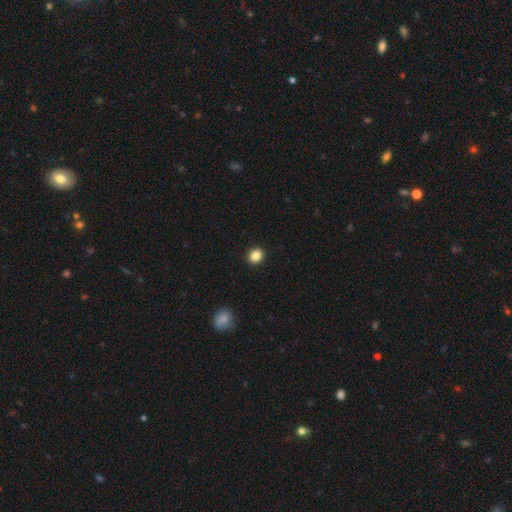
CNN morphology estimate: A smooth galaxy with no disk features (85%) that is round (75%).

Vote fractions:
- Smooth or featured? smooth: 85% / star or artifact: 11% / featured or disk: 4%
- How rounded? round: 75% / in between: 24% / cigar-shaped: 1%
- Merging? none: 92% / minor disturbance: 5% / major disturbance: 2% / merger: 1%